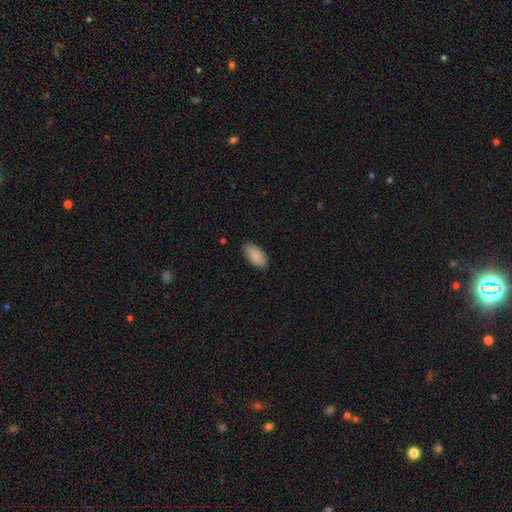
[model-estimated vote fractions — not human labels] Morphology: type=smooth (90%); roundness=in between (92%); merging=none (87%).